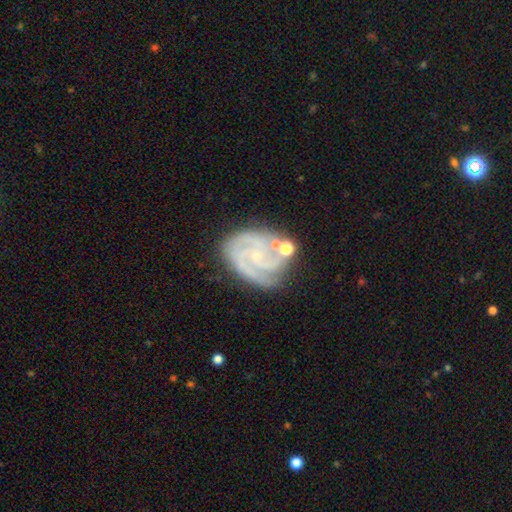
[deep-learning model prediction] A featured or disk galaxy (87%) with no bar (63%), 3 (49%) tight (63%) spiral arms (97%) and a small central bulge (76%).

Vote fractions:
- Smooth or featured? featured or disk: 87% / smooth: 7% / star or artifact: 6%
- Edge-on disk? no: 98% / yes: 2%
- Bar? no: 63% / weak: 29% / strong: 7%
- Spiral arms? yes: 97% / no: 3%
- Spiral winding? tight: 63% / medium: 32% / loose: 5%
- Spiral arm count? 3: 49% / 2: 20% / 4: 12% / can't tell: 11% / 1: 4% / more than 4: 4%
- Bulge size? small: 76% / moderate: 12% / none: 9% / large: 1% / dominant: 1%
- Merging? none: 62% / minor disturbance: 20% / merger: 10% / major disturbance: 8%